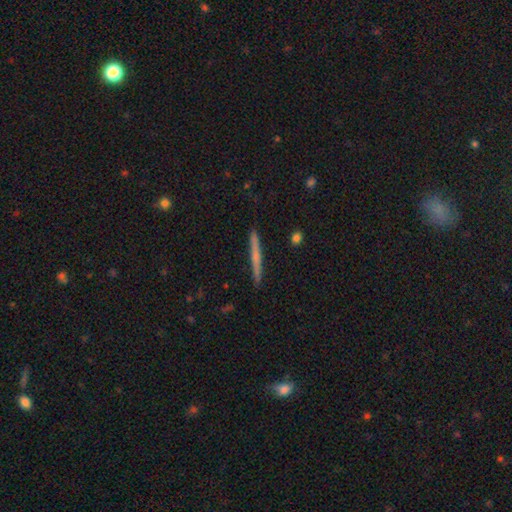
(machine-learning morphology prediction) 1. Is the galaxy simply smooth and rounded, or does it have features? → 48% smooth, 46% featured or disk, 6% star or artifact.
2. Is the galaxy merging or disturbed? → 92% none, 6% minor disturbance, 1% major disturbance, 1% merger.